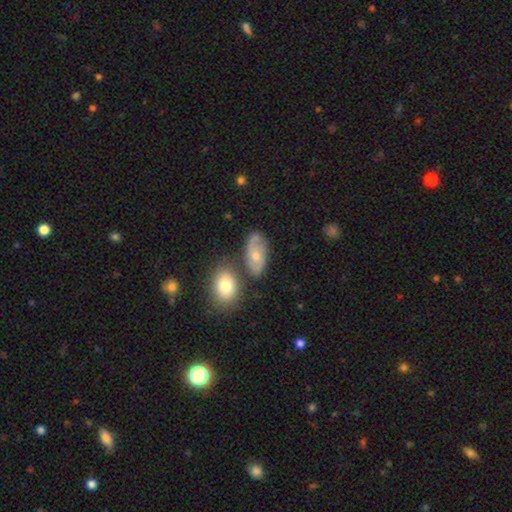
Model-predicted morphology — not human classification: A smooth galaxy with no disk features (46%).

Vote fractions:
- Smooth or featured? smooth: 46% / featured or disk: 45% / star or artifact: 10%
- Merging? none: 60% / minor disturbance: 19% / merger: 14% / major disturbance: 6%